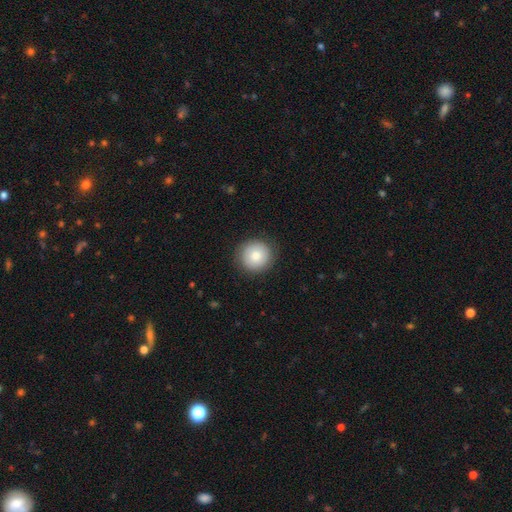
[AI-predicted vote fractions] This is clearly a smooth galaxy (80%). How rounded: clearly round (94%). Merging: clearly none (87%).